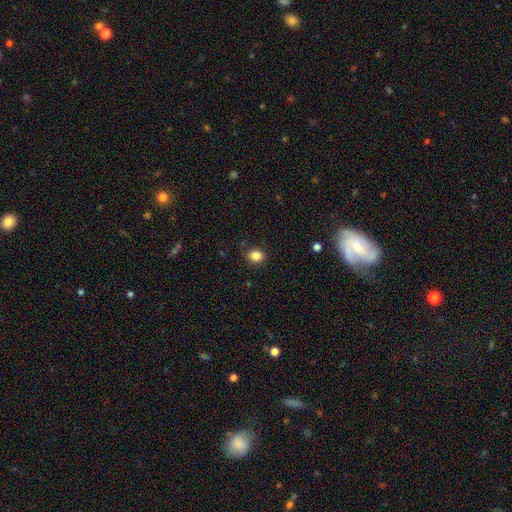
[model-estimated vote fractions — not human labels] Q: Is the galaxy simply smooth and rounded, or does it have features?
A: smooth — 85%.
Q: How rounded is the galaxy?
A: round — 70%.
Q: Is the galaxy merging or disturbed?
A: none — 86%.